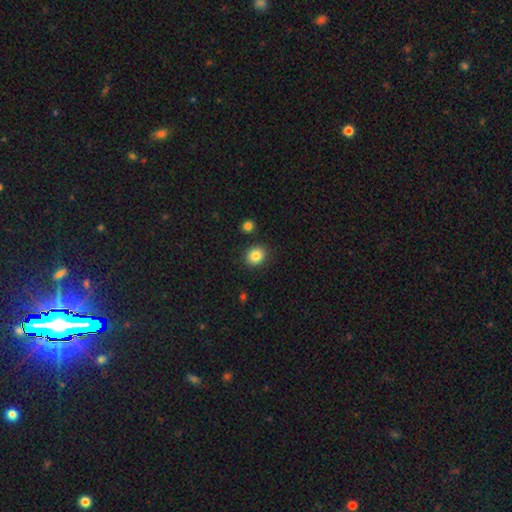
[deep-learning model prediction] Morphology: type=smooth (85%); roundness=round (74%); merging=none (88%).